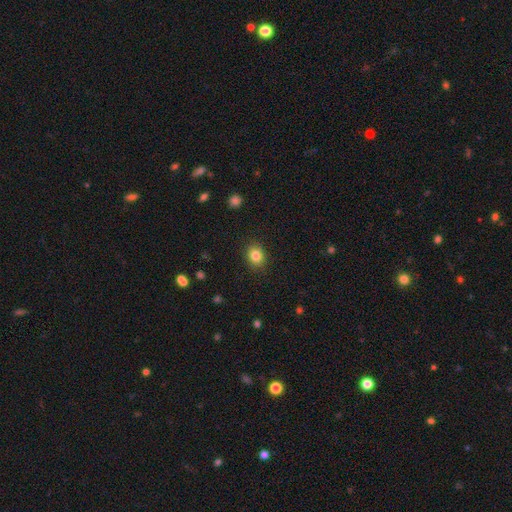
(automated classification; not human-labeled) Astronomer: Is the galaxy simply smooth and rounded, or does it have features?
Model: smooth — 84%.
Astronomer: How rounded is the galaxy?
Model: round — 53% (runner-up: in between, 46%).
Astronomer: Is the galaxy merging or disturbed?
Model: none — 89%.